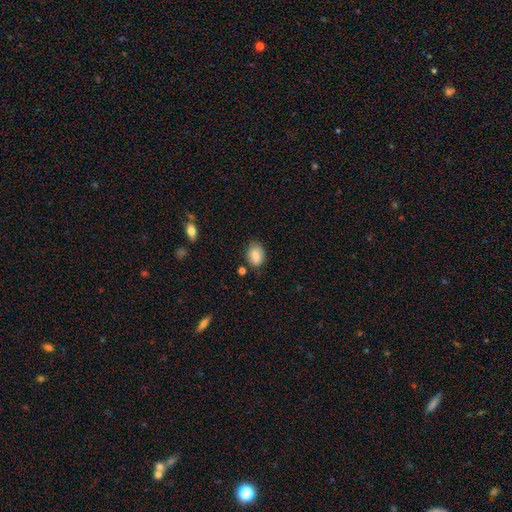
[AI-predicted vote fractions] smooth_or_featured: smooth (p=0.80) [alt: featured or disk p=0.12]
how_rounded: in between (p=0.74) [alt: round p=0.25]
merging: none (p=0.70) [alt: minor disturbance p=0.22]